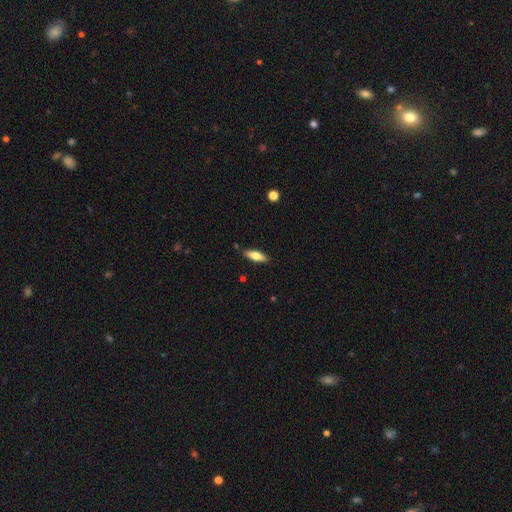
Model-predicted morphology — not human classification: A smooth galaxy with no disk features (69%) that is in between round and cigar-shaped (56%). Merging: none (86%).